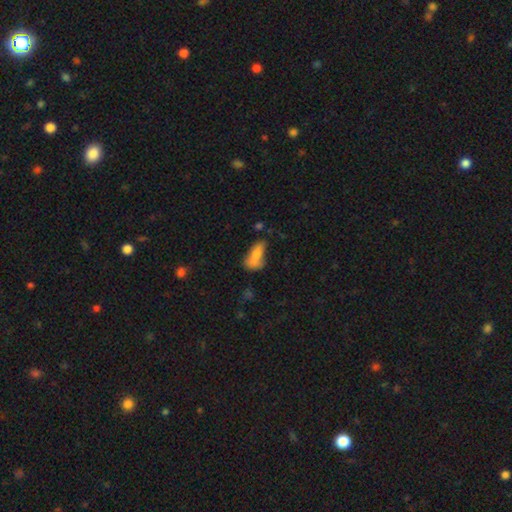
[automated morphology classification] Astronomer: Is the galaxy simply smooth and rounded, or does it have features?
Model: smooth — 74%.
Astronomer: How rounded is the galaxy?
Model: in between — 74%.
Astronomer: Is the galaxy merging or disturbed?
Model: none — 35% (runner-up: minor disturbance, 25%).